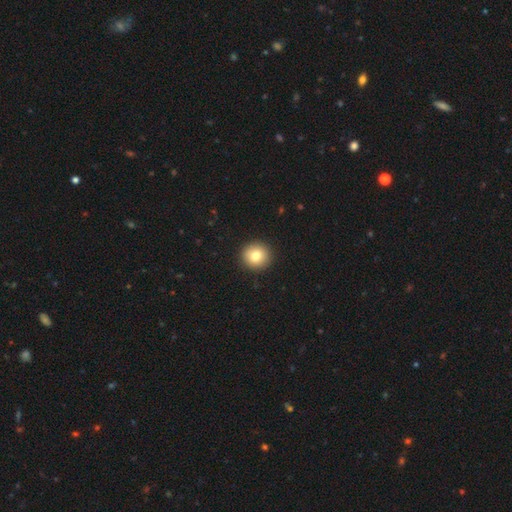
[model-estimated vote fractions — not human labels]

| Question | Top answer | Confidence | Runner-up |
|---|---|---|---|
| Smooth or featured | smooth | 81% | featured or disk (10%) |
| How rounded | round | 92% | in between (7%) |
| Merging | none | 92% | minor disturbance (5%) |